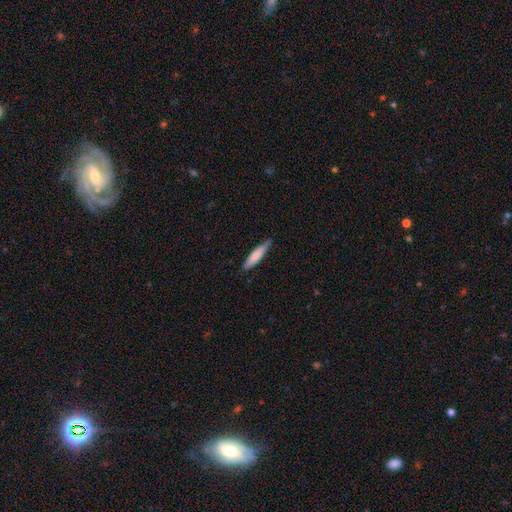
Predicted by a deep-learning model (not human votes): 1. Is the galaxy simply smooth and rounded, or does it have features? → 76% smooth, 19% featured or disk, 5% star or artifact.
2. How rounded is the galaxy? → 84% cigar-shaped, 15% in between, 1% round.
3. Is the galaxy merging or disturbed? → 78% none, 19% minor disturbance, 2% major disturbance, 1% merger.